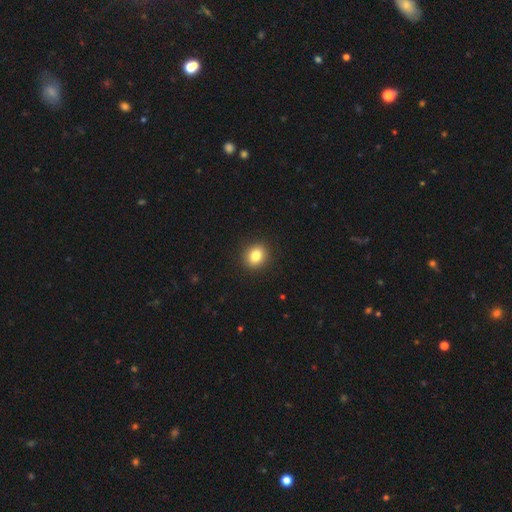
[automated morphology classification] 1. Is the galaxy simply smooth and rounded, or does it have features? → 83% smooth, 10% star or artifact, 7% featured or disk.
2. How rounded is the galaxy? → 69% round, 30% in between, 1% cigar-shaped.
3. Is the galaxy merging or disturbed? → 92% none, 6% minor disturbance, 2% major disturbance, 1% merger.